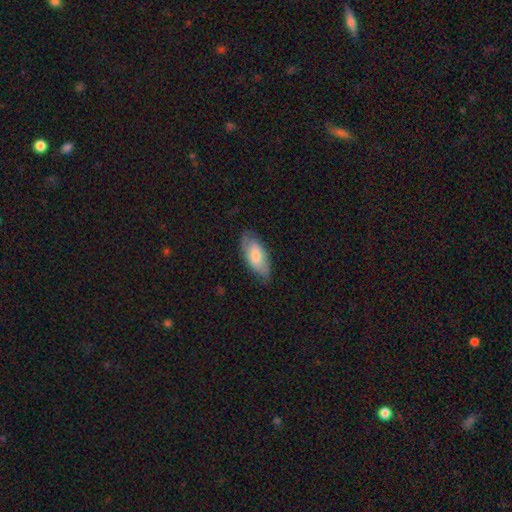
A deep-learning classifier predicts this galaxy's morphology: Smooth or featured? smooth (64%)
How rounded? in between (88%)
Merging? none (70%)